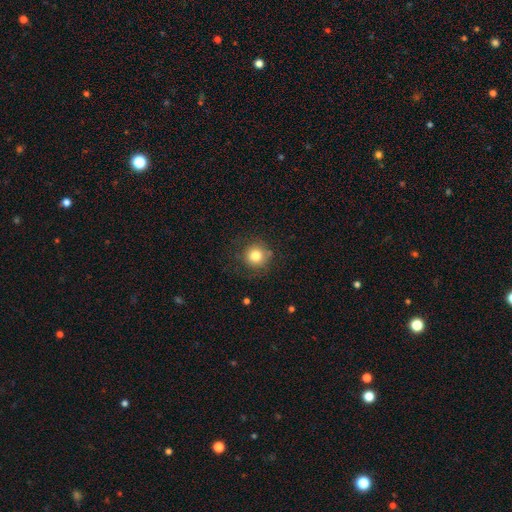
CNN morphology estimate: Smooth or featured? smooth (80%)
How rounded? round (93%)
Merging? none (80%)